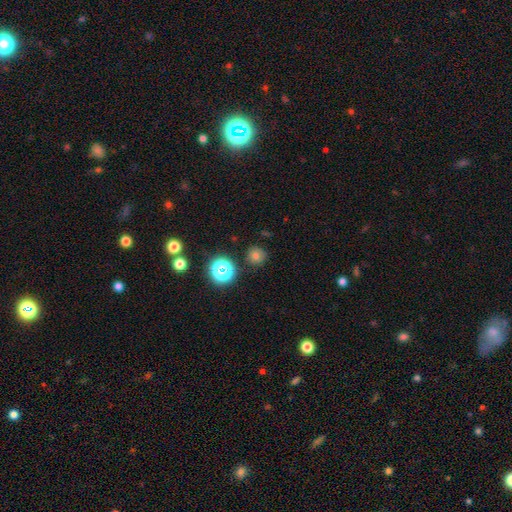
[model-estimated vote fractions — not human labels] smooth-or-featured: smooth: 68% | star or artifact: 23% | featured or disk: 9%
  how-rounded: round: 93% | in between: 6% | cigar-shaped: 1%
  merging: none: 87% | minor disturbance: 8% | major disturbance: 3% | merger: 3%